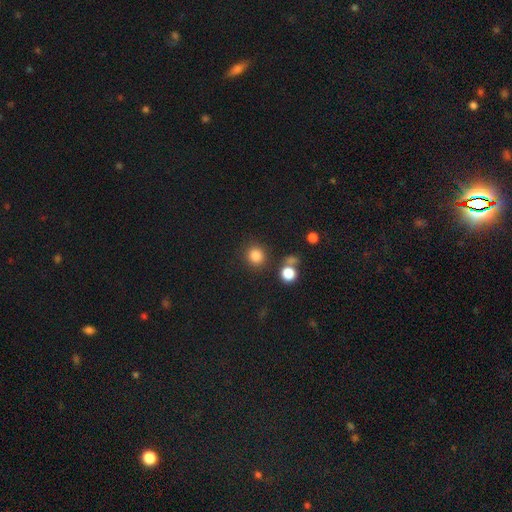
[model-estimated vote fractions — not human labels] Overall: smooth (83%). How rounded: round (88%). Merging: none (82%).